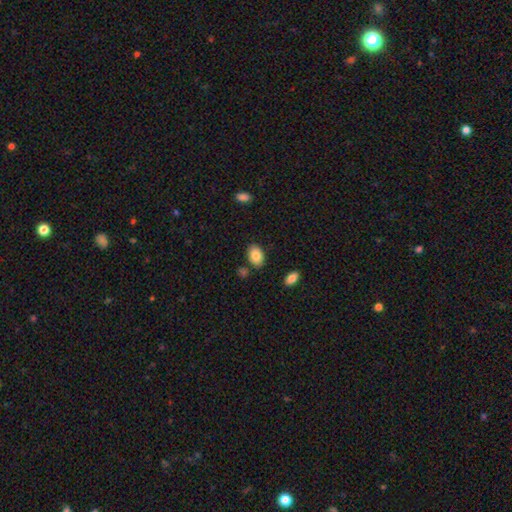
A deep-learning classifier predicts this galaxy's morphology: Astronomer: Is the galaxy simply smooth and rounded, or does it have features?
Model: smooth — 85%.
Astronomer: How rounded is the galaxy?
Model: in between — 88%.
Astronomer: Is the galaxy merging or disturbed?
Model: none — 81%.